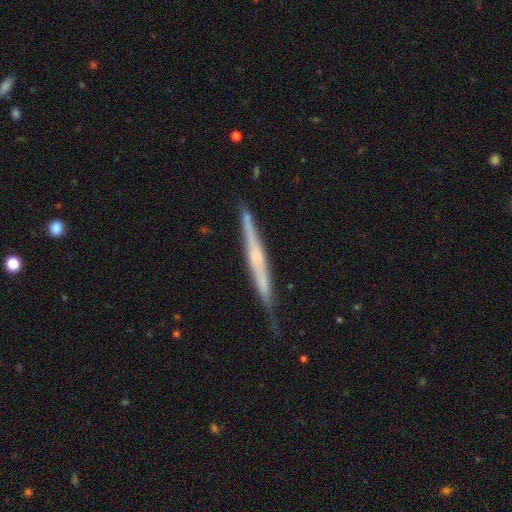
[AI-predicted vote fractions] A featured or disk galaxy (64%) viewed edge-on (97%) with no central bulge (56%).

Vote fractions:
- Smooth or featured? featured or disk: 64% / smooth: 30% / star or artifact: 6%
- Edge-on disk? yes: 97% / no: 3%
- Edge-on bulge? none: 56% / rounded: 28% / boxy: 16%
- Merging? none: 76% / minor disturbance: 19% / major disturbance: 3% / merger: 2%